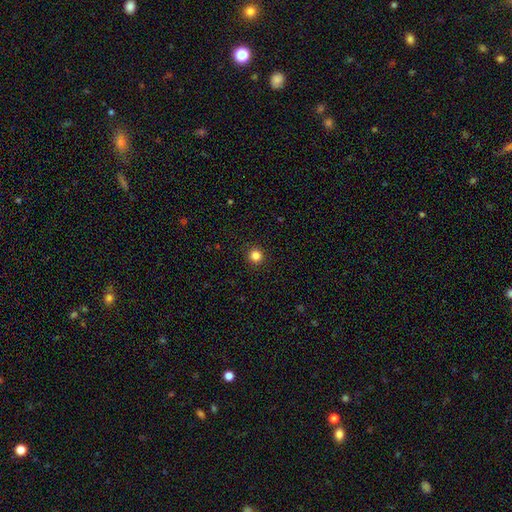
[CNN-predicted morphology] smooth_or_featured: smooth (p=0.84) [alt: star or artifact p=0.12]
how_rounded: round (p=0.96) [alt: in between p=0.03]
merging: none (p=0.93) [alt: minor disturbance p=0.04]